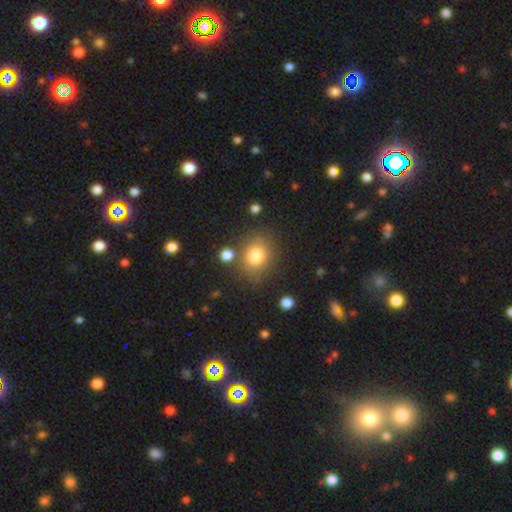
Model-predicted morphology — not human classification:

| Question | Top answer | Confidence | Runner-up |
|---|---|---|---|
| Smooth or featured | smooth | 79% | star or artifact (12%) |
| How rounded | round | 74% | in between (25%) |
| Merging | none | 78% | minor disturbance (11%) |